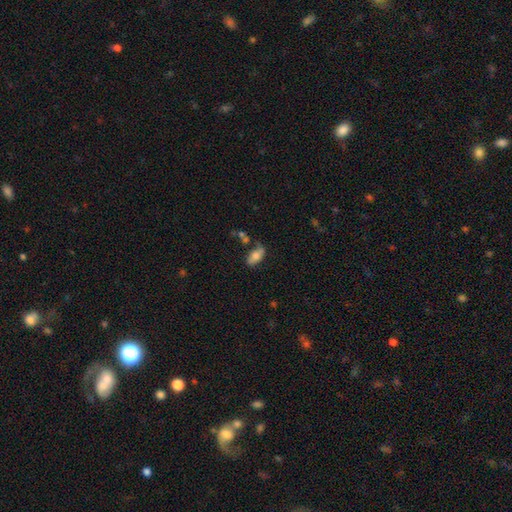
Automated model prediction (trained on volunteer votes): smooth_or_featured: smooth (p=0.70) [alt: featured or disk p=0.23]
how_rounded: in between (p=0.87) [alt: cigar-shaped p=0.09]
merging: none (p=0.60) [alt: minor disturbance p=0.23]